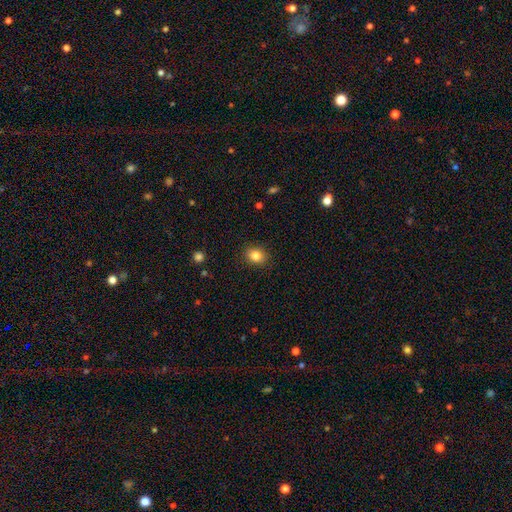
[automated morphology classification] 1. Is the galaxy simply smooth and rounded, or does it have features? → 84% smooth, 10% star or artifact, 6% featured or disk.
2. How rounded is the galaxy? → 52% round, 48% in between, 1% cigar-shaped.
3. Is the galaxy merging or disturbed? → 88% none, 8% minor disturbance, 2% major disturbance, 1% merger.